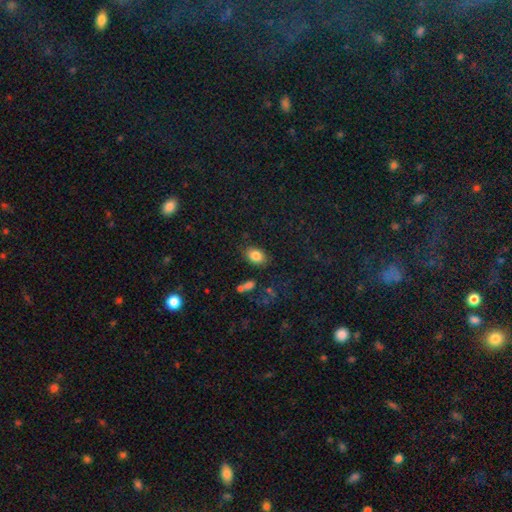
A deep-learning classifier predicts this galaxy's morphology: Smooth or featured? smooth (84%)
How rounded? in between (78%)
Merging? none (81%)